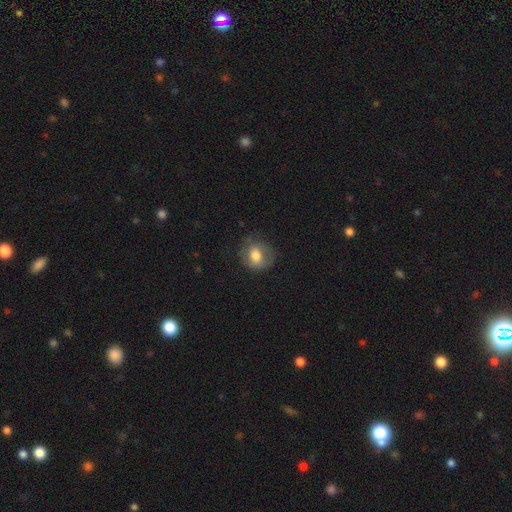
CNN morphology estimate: smooth_or_featured: smooth (p=0.70) [alt: featured or disk p=0.22]
how_rounded: round (p=0.68) [alt: in between p=0.31]
merging: none (p=0.67) [alt: minor disturbance p=0.22]